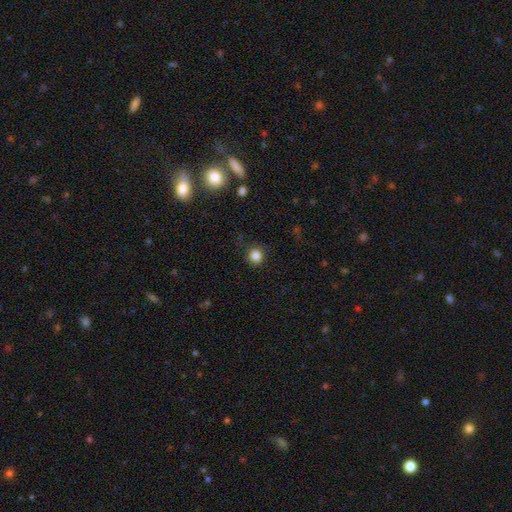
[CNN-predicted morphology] The model was most divided on "smooth or featured": smooth: 84%, star or artifact: 12%, featured or disk: 4%. More confident: how rounded — round (94%); merging — none (89%).